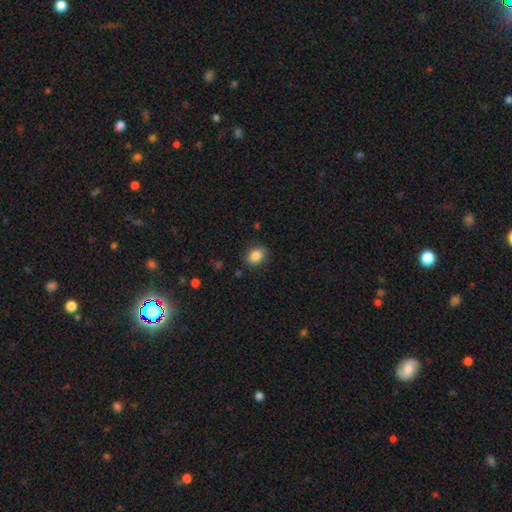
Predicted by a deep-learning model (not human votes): A smooth galaxy with no disk features (86%) that is in between round and cigar-shaped (74%). Merging: none (84%).